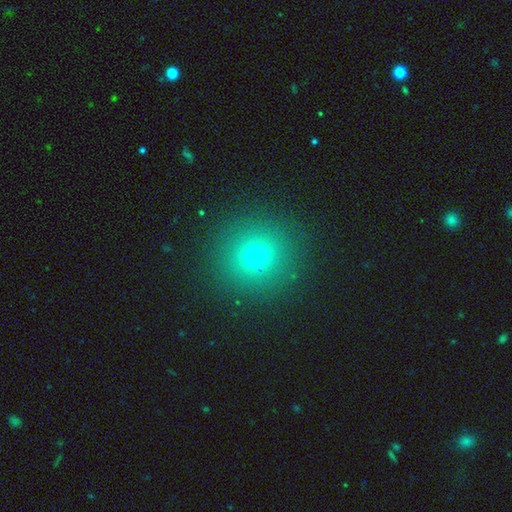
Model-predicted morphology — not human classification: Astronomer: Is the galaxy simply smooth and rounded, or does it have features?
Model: smooth — 69%.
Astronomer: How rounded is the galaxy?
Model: round — 93%.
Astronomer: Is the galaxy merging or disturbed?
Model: none — 90%.